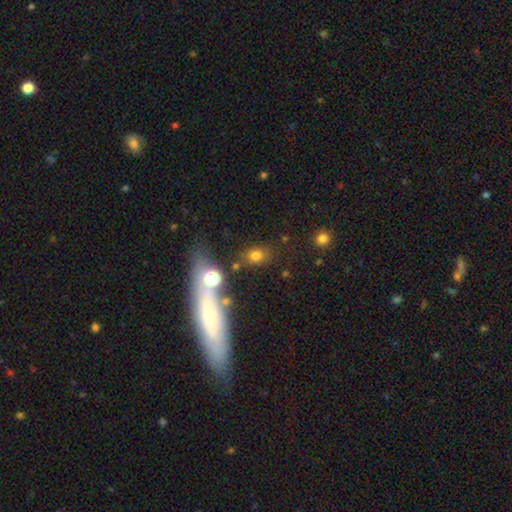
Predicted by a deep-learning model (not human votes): A smooth galaxy with no disk features (71%) that is in between round and cigar-shaped (52%). Merging: none (74%).